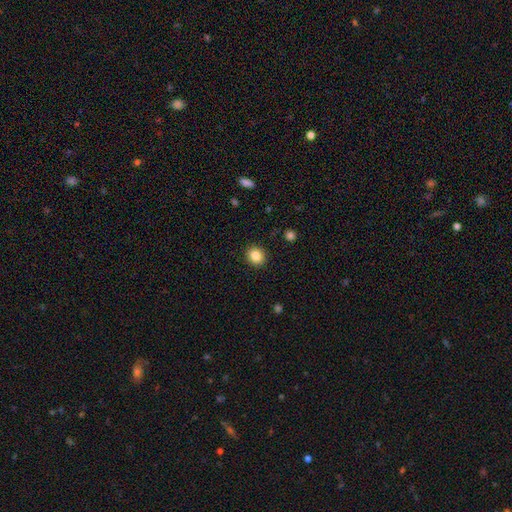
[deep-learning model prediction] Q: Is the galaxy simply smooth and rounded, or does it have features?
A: smooth — 84%.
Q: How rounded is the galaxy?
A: round — 81%.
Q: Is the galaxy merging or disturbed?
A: none — 91%.